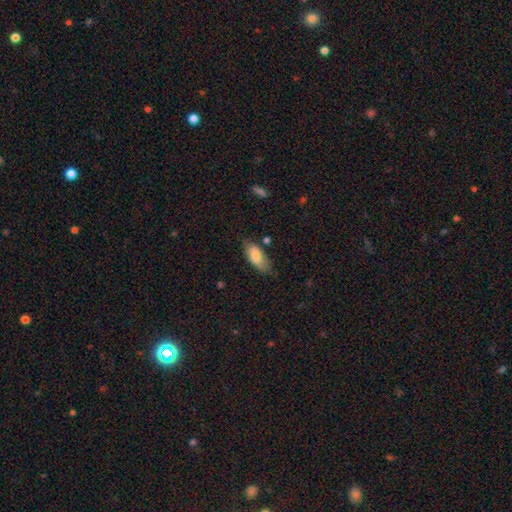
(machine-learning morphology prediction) type=smooth (81%); roundness=in between (86%); merging=none (67%).